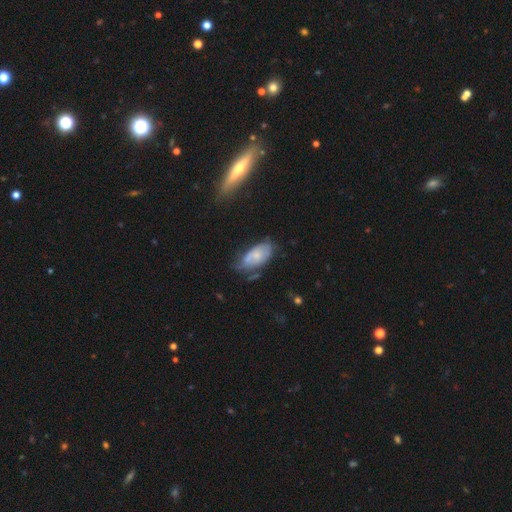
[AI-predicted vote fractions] Smooth or featured?
  - smooth: 57% *
  - featured or disk: 36%
  - star or artifact: 8%
How rounded?
  - in between: 92% *
  - cigar-shaped: 5%
  - round: 3%
Merging?
  - none: 46% *
  - minor disturbance: 35%
  - major disturbance: 13%
  - merger: 5%